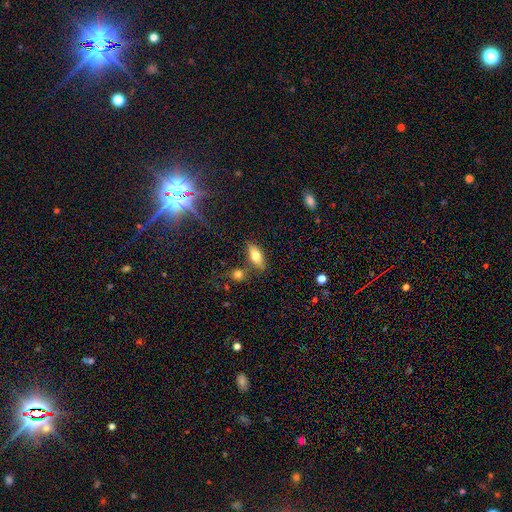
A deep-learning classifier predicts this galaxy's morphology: smooth_or_featured: smooth (p=0.73) [alt: featured or disk p=0.18]
how_rounded: in between (p=0.83) [alt: cigar-shaped p=0.13]
merging: none (p=0.73) [alt: minor disturbance p=0.13]